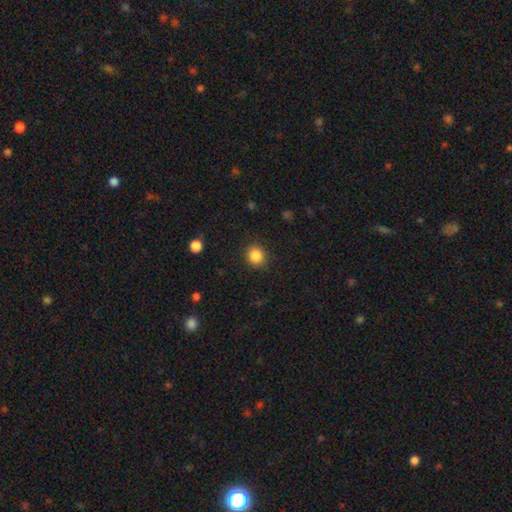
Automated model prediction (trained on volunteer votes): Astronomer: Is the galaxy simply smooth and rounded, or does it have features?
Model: smooth — 86%.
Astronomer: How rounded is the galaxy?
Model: round — 84%.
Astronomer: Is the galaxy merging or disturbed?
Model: none — 89%.